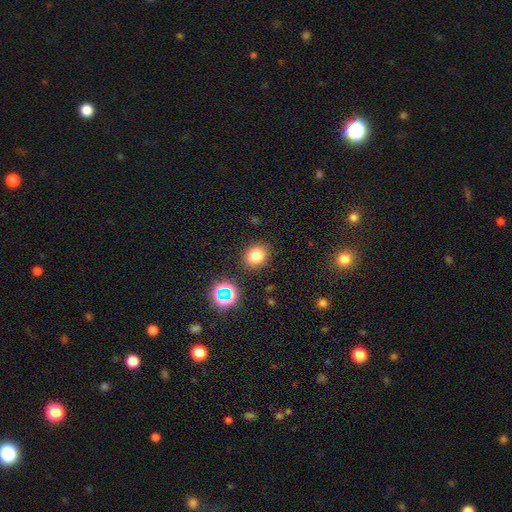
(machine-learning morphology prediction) A smooth galaxy with no disk features (77%) that is round (56%). Merging: none (84%).